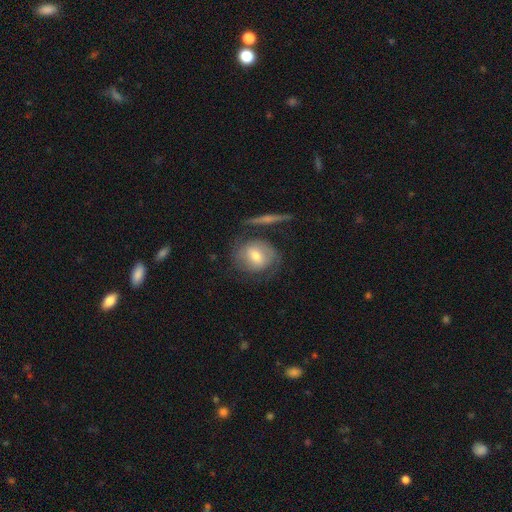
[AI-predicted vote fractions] Morphology: type=featured or disk (48%); merging=none (61%).